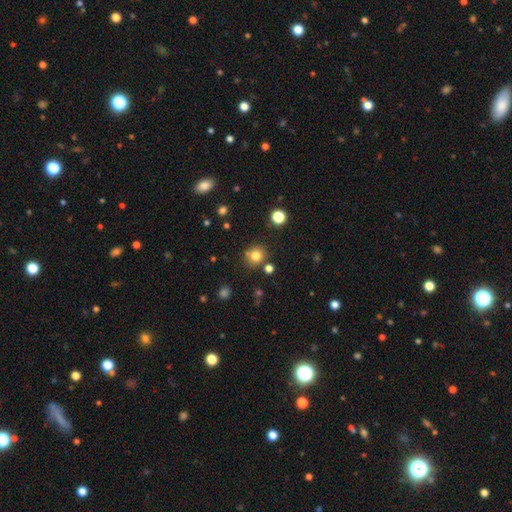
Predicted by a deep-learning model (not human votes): Morphology: type=smooth (78%); roundness=round (86%); merging=none (78%).